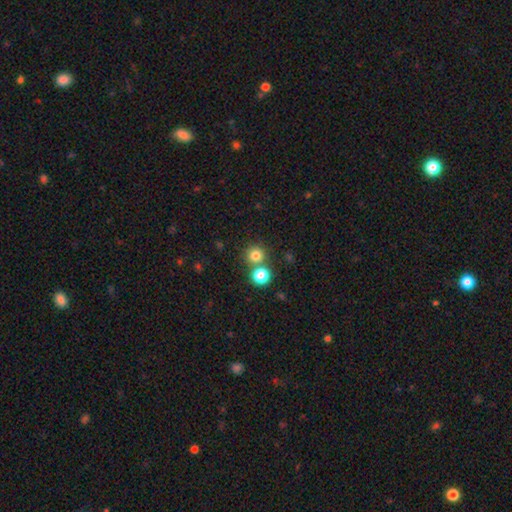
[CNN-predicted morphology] A smooth galaxy with no disk features (78%) that is round (92%).

Vote fractions:
- Smooth or featured? smooth: 78% / star or artifact: 15% / featured or disk: 7%
- How rounded? round: 92% / in between: 7% / cigar-shaped: 1%
- Merging? none: 70% / merger: 21% / minor disturbance: 6% / major disturbance: 3%